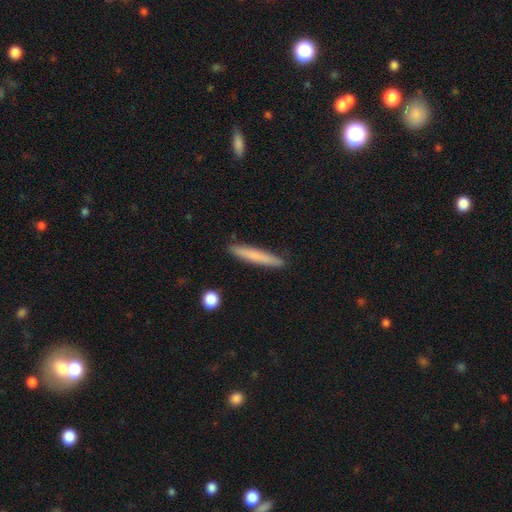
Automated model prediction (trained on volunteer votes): Morphology: type=smooth (73%); roundness=cigar-shaped (95%); merging=none (90%).